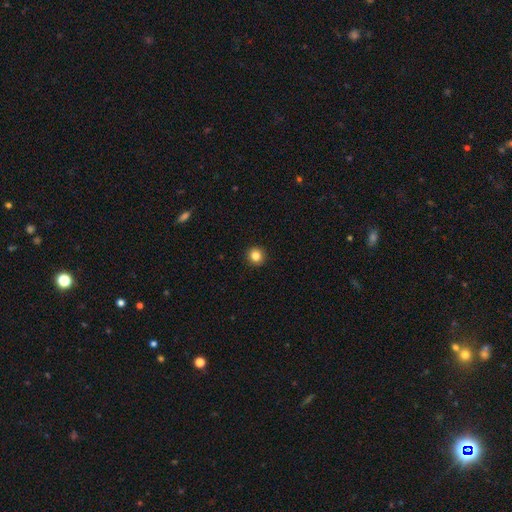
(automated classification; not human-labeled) Smooth or featured?
  - smooth: 84% *
  - star or artifact: 11%
  - featured or disk: 5%
How rounded?
  - round: 95% *
  - in between: 4%
  - cigar-shaped: 1%
Merging?
  - none: 93% *
  - minor disturbance: 4%
  - major disturbance: 1%
  - merger: 1%